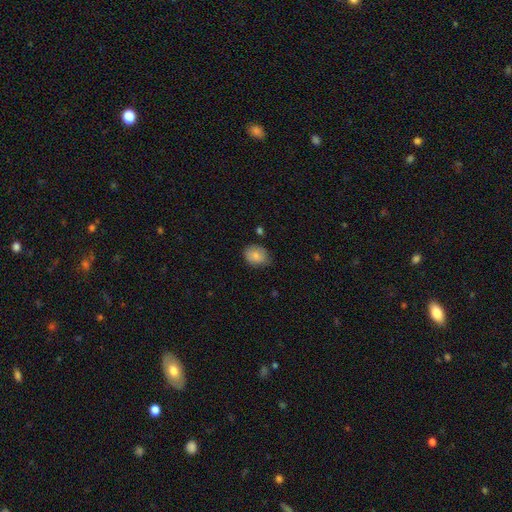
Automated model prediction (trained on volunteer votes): A smooth galaxy with no disk features (82%) that is in between round and cigar-shaped (61%). Merging: none (70%).